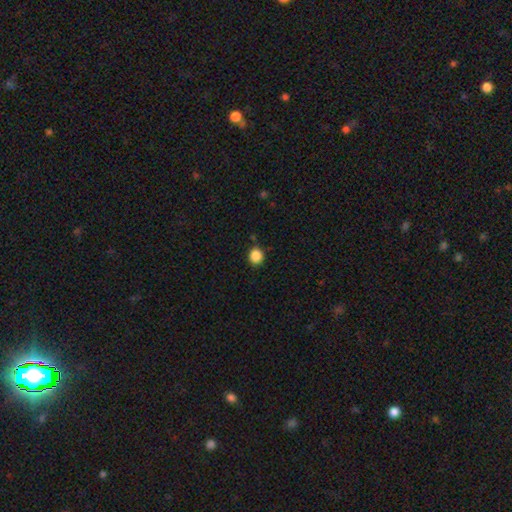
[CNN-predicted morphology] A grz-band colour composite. It shows a smooth galaxy with no disk features (87%) that is round (83%). Merging: none (87%).